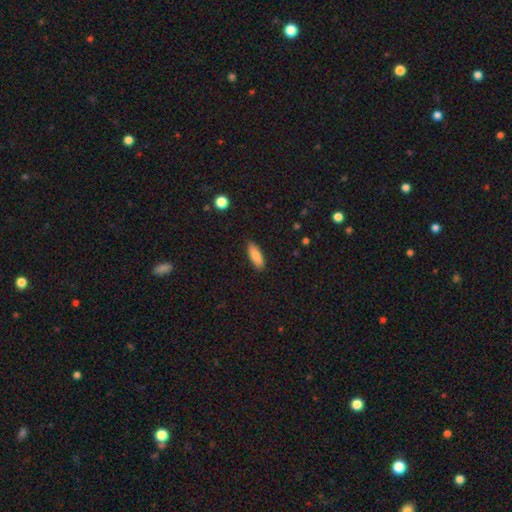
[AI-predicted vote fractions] The model was most divided on "how rounded": in between: 64%, cigar-shaped: 34%, round: 2%. More confident: merging — none (88%); smooth or featured — smooth (84%).